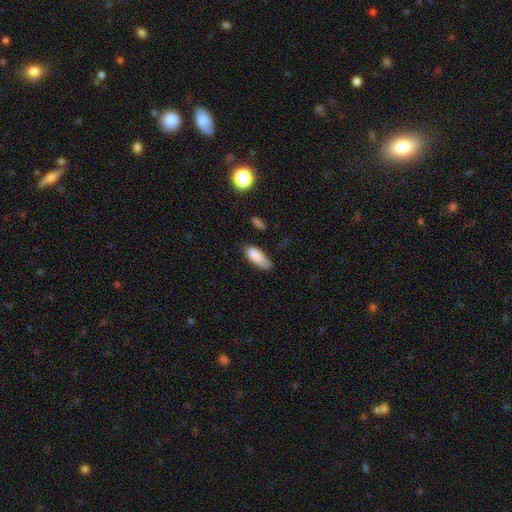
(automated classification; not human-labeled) Smooth or featured? smooth (85%)
How rounded? in between (73%)
Merging? none (61%)